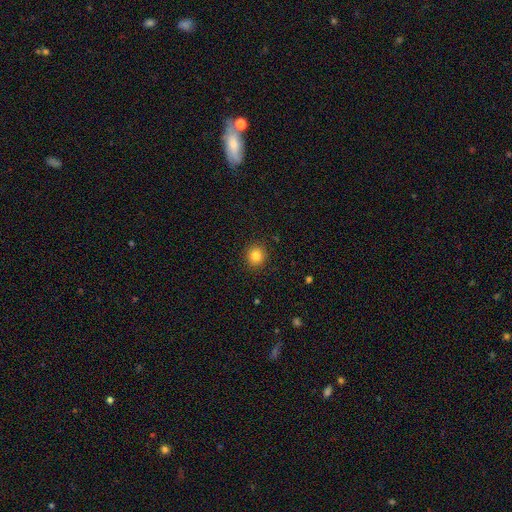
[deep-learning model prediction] smooth-or-featured: smooth: 83% | star or artifact: 11% | featured or disk: 6%
  how-rounded: round: 85% | in between: 14% | cigar-shaped: 1%
  merging: none: 91% | minor disturbance: 6% | major disturbance: 2% | merger: 1%